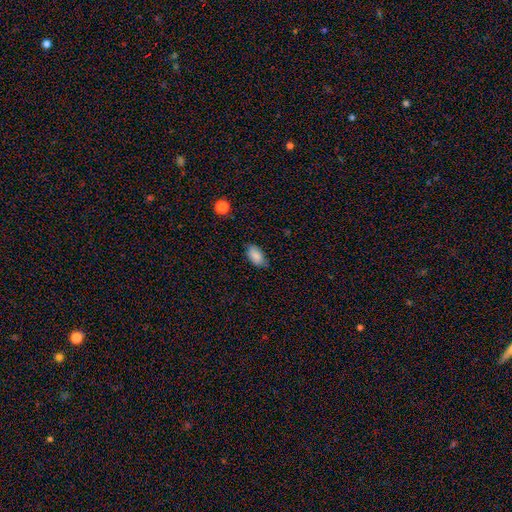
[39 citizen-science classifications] Smooth or featured?
  - smooth: 90% *
  - star or artifact: 8%
  - featured or disk: 3%
How rounded?
  - in between: 94% *
  - cigar-shaped: 6%
  - round: 0%
Merging?
  - none: 83% *
  - minor disturbance: 17%
  - major disturbance: 0%
  - merger: 0%